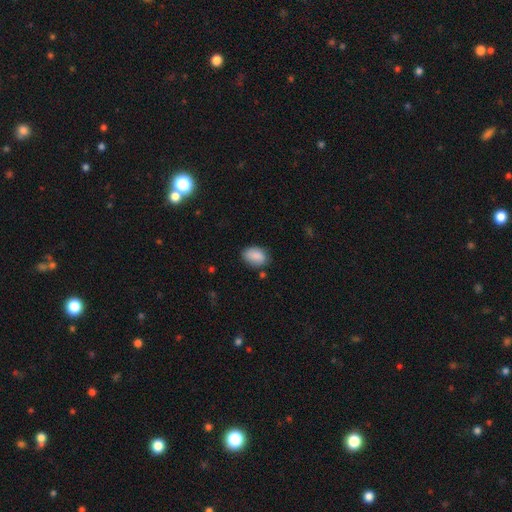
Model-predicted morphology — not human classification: This is clearly a smooth galaxy (87%). How rounded: clearly in between (86%). Merging: likely none (74%).